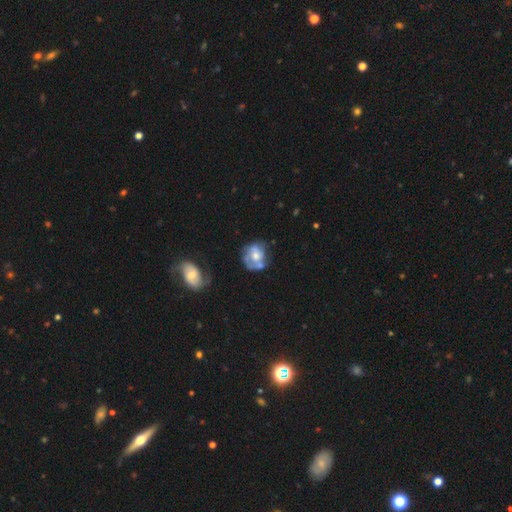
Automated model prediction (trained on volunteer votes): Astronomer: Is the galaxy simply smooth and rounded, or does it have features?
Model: featured or disk — 59% (runner-up: smooth, 35%).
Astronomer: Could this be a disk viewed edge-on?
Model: no — 97%.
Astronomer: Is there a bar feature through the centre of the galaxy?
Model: no — 66%.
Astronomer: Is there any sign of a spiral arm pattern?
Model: yes — 61% (runner-up: no, 39%).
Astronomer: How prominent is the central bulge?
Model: moderate — 60%.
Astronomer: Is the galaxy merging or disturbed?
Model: none — 39% (runner-up: minor disturbance, 24%).